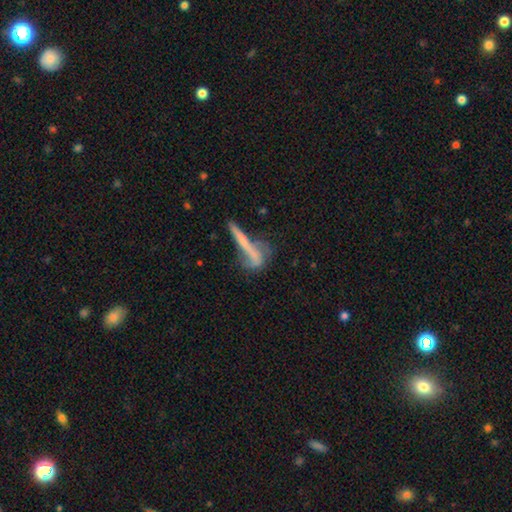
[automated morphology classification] Overall: smooth (46%; featured or disk 43%). Merging: none (33%; major disturbance 26%).